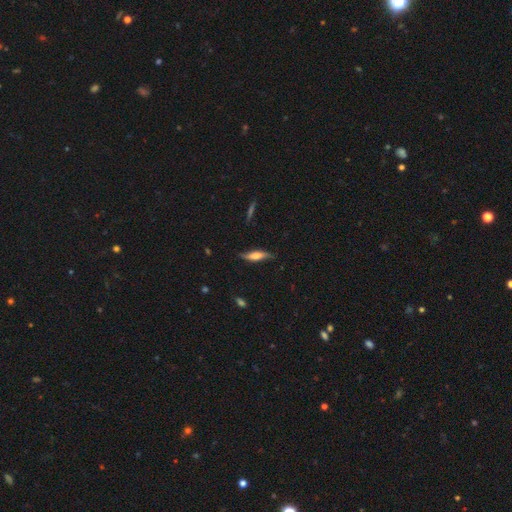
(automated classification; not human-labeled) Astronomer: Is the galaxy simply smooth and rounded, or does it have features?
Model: featured or disk — 52% (runner-up: smooth, 42%).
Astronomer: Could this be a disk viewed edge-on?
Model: yes — 80%.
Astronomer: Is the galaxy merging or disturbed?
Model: none — 76%.